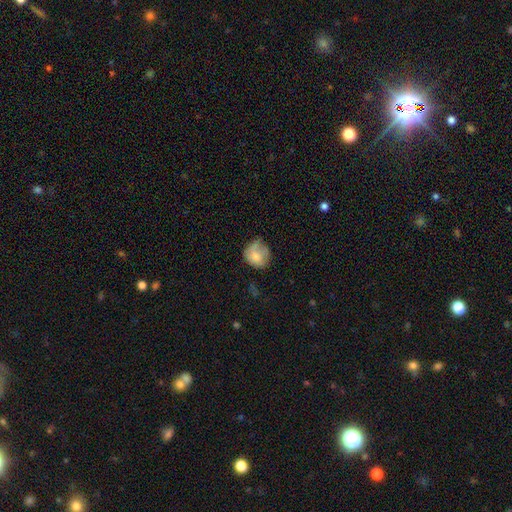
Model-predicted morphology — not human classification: The model was most divided on "merging": none: 45%, minor disturbance: 36%, major disturbance: 16%, merger: 3%. More confident: how rounded — round (73%); smooth or featured — smooth (72%).